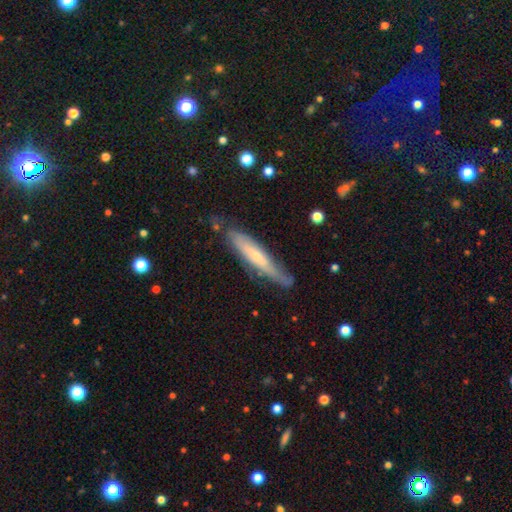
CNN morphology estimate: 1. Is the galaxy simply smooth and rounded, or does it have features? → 48% smooth, 46% featured or disk, 6% star or artifact.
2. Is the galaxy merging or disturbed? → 67% none, 24% minor disturbance, 7% major disturbance, 3% merger.